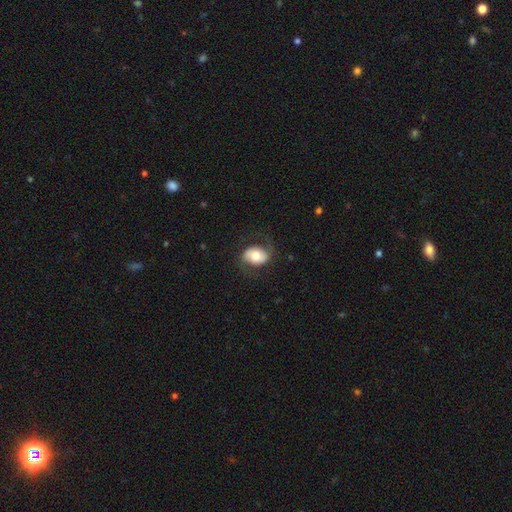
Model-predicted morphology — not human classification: Smooth or featured? Predicted: smooth (p=0.49). Merging? Predicted: none (p=0.71).